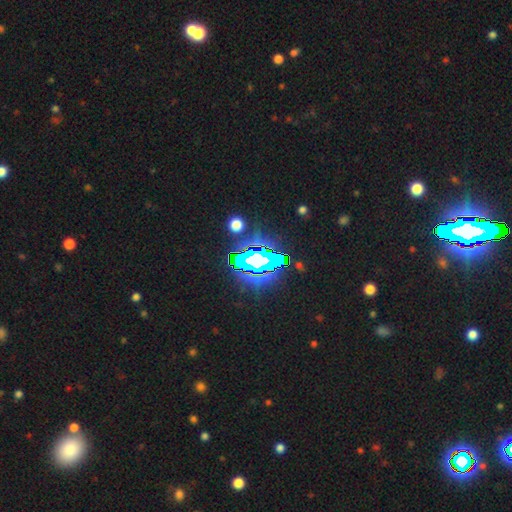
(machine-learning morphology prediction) Overall: star or artifact (85%).